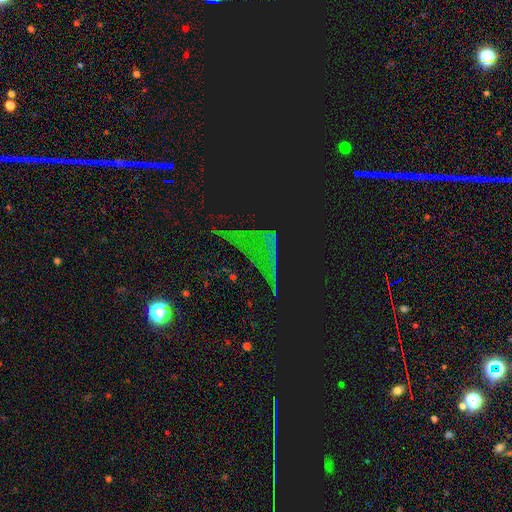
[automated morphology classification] smooth-or-featured: star or artifact: 80% | featured or disk: 11% | smooth: 9%